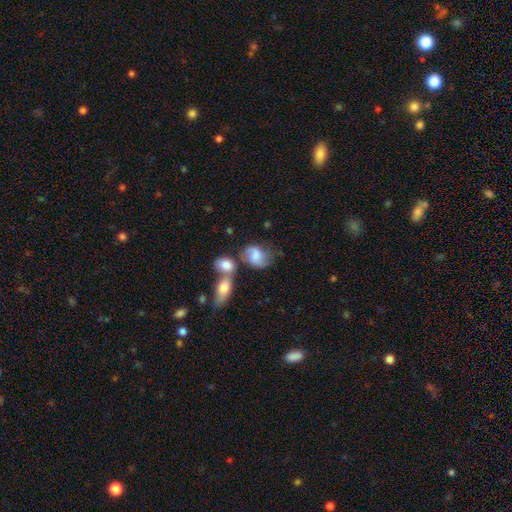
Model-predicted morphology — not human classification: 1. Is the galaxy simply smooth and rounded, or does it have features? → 51% smooth, 41% featured or disk, 8% star or artifact.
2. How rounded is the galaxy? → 67% in between, 31% round, 2% cigar-shaped.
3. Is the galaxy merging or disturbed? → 43% none, 30% merger, 19% minor disturbance, 9% major disturbance.